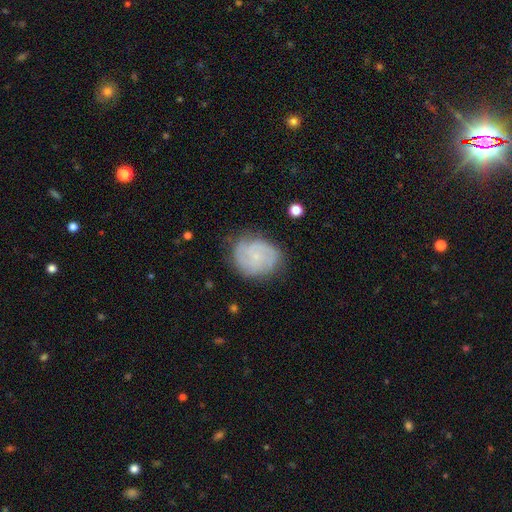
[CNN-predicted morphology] Overall: featured or disk (70%). Edge-on disk: no (98%). Bar: no (74%). Spiral arms: yes (93%). Spiral arm count: 2 (31%; can't tell 26%). Spiral winding: tight (57%; medium 34%). Bulge size: small (73%). Merging: none (74%).